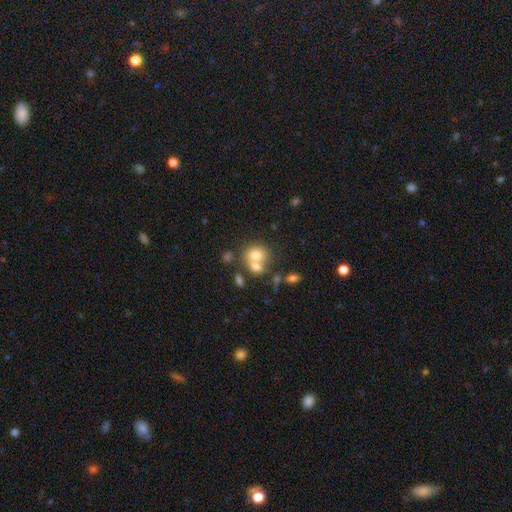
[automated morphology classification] A smooth galaxy with no disk features (71%) that is round (69%). Merging: merger (49%).